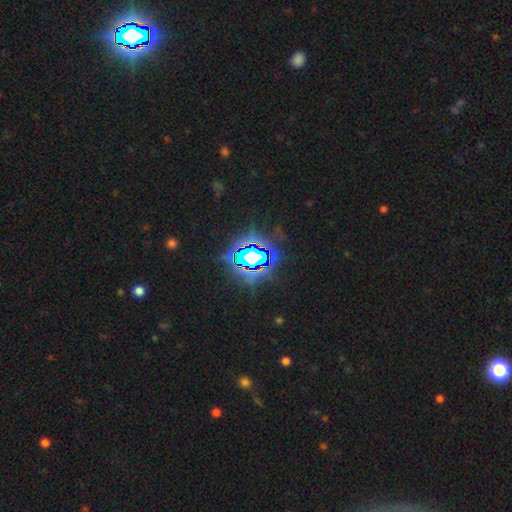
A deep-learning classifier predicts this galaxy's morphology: A star or artifact, not a galaxy (79%).

Vote fractions:
- Smooth or featured? star or artifact: 79% / smooth: 11% / featured or disk: 10%